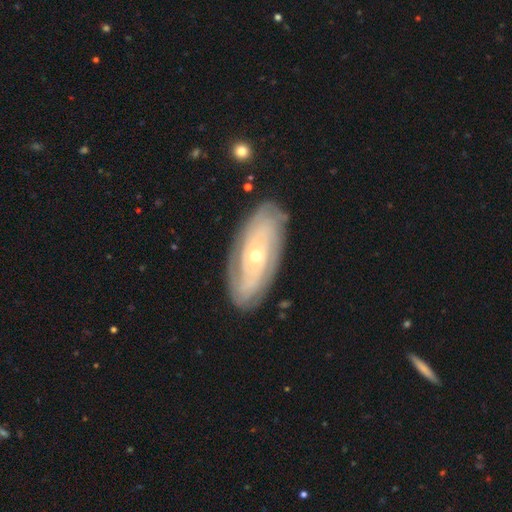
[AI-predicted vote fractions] Smooth or featured? featured or disk (81%)
Edge-on disk? no (90%)
Bar? no (76%)
Spiral arms? yes (89%)
Spiral winding? tight (77%)
Spiral arm count? can't tell (49%)
Bulge size? small (64%)
Merging? none (83%)